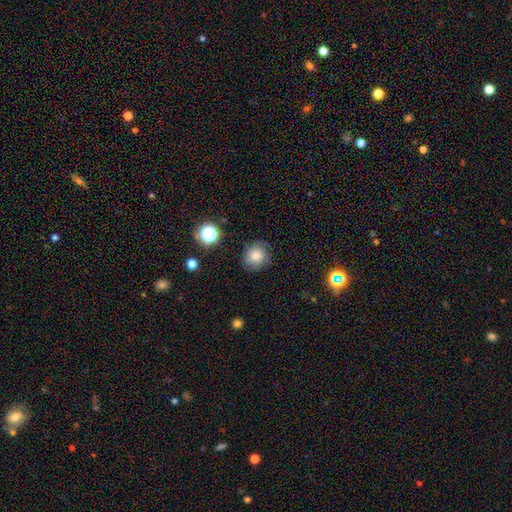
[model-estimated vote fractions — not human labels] smooth_or_featured: smooth (p=0.70) [alt: featured or disk p=0.16]
how_rounded: round (p=0.82) [alt: in between p=0.17]
merging: none (p=0.75) [alt: minor disturbance p=0.18]